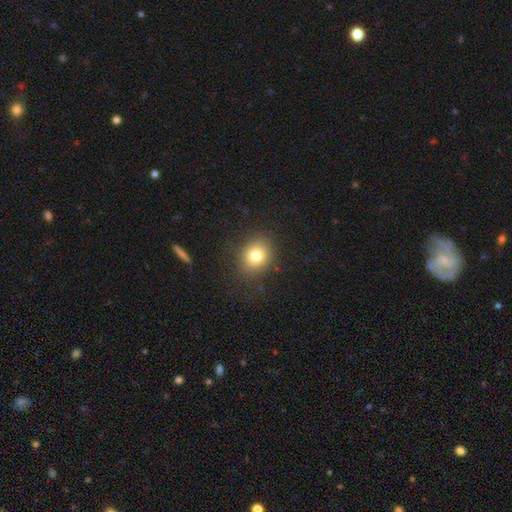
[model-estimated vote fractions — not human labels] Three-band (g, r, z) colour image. It shows a smooth galaxy with no disk features (79%) that is round (66%). Merging: none (85%).